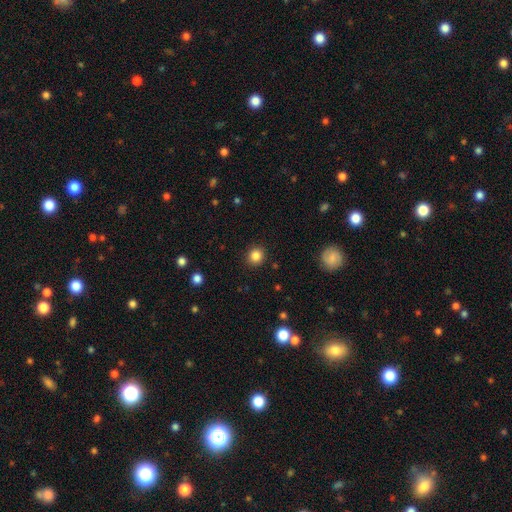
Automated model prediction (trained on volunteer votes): Smooth or featured: smooth — 85% (star or artifact — 11%)
How rounded: round — 89% (in between — 10%)
Merging: none — 91% (minor disturbance — 6%)